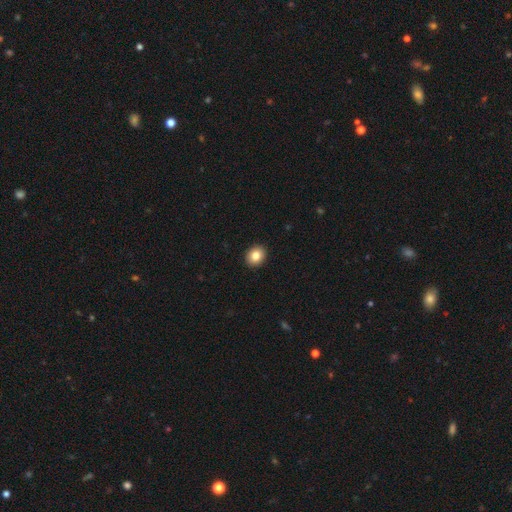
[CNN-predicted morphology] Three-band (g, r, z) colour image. It shows a smooth galaxy with no disk features (83%) that is round (61%). Merging: none (92%).